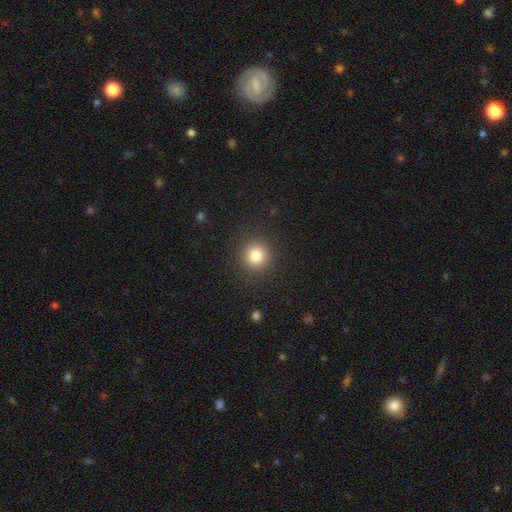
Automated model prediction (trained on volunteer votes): A smooth galaxy with no disk features (82%) that is round (93%).

Vote fractions:
- Smooth or featured? smooth: 82% / star or artifact: 12% / featured or disk: 6%
- How rounded? round: 93% / in between: 6% / cigar-shaped: 1%
- Merging? none: 90% / minor disturbance: 6% / major disturbance: 3% / merger: 1%